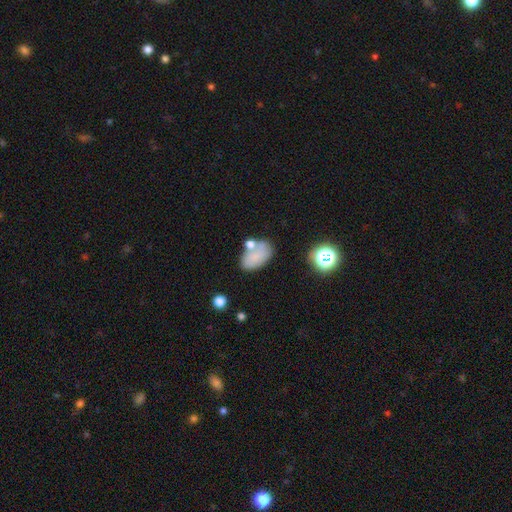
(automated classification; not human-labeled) The model was most divided on "merging": none: 49%, merger: 23%, minor disturbance: 20%, major disturbance: 9%. More confident: how rounded — in between (90%); smooth or featured — smooth (71%).